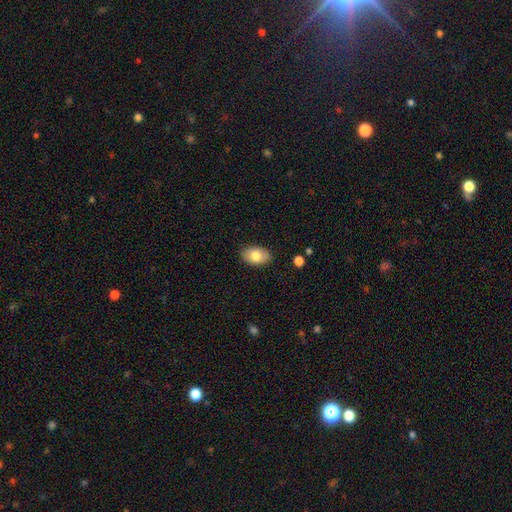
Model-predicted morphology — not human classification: smooth-or-featured: smooth: 79% | featured or disk: 14% | star or artifact: 7%
  how-rounded: in between: 89% | round: 10% | cigar-shaped: 1%
  merging: none: 86% | minor disturbance: 10% | major disturbance: 2% | merger: 1%